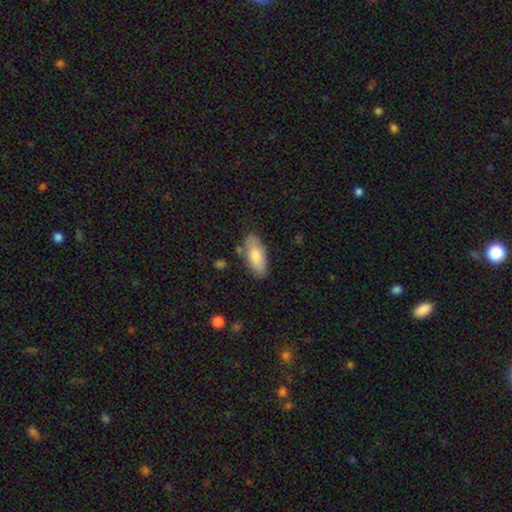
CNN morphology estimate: smooth 80%, featured or disk 15%, star or artifact 6%. Down the decision tree: how rounded — in between (81%); merging — none (78%).